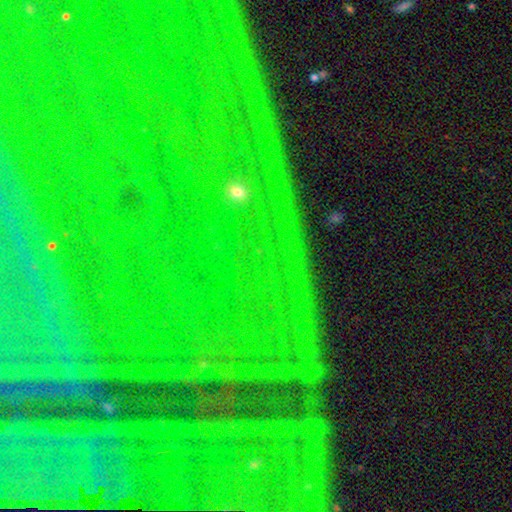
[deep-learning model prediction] smooth_or_featured: star or artifact (p=0.87) [alt: featured or disk p=0.07]